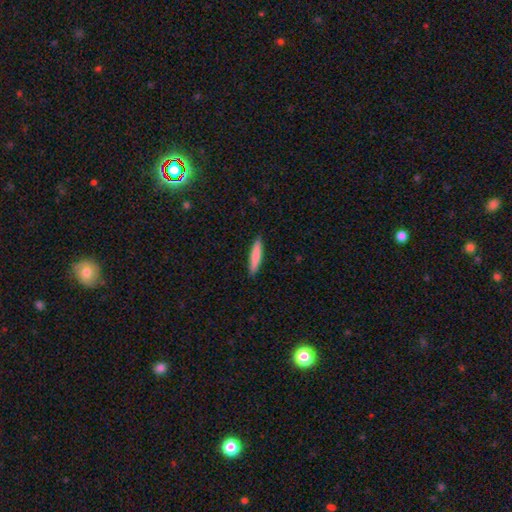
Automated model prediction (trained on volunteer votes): The model was most divided on "smooth or featured": smooth: 80%, featured or disk: 15%, star or artifact: 5%. More confident: merging — none (91%); how rounded — cigar-shaped (90%).